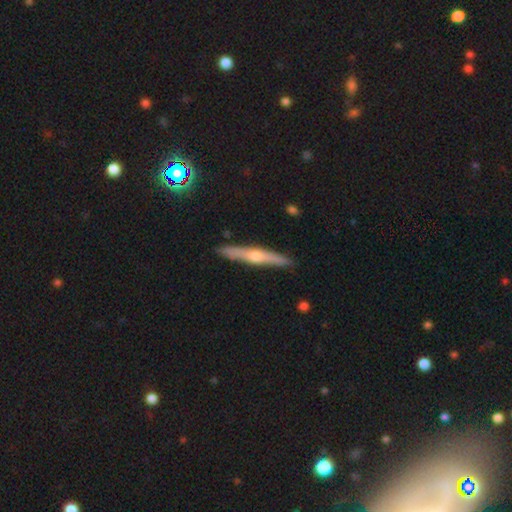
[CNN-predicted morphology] Smooth or featured? featured or disk (69%)
Edge-on disk? yes (96%)
Edge-on bulge? rounded (86%)
Merging? none (89%)